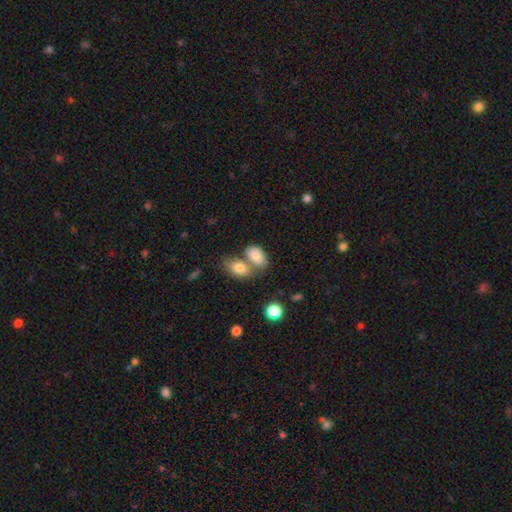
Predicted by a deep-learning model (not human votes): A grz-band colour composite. It shows a smooth galaxy with no disk features (83%) that is in between round and cigar-shaped (91%). Merging: merger (50%).